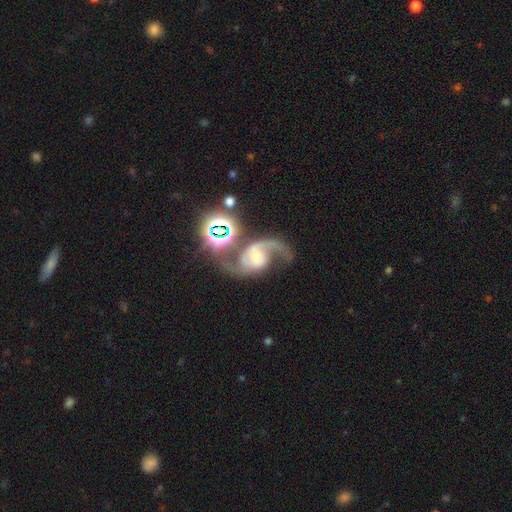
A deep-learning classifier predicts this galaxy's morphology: featured or disk 85%, star or artifact 9%, smooth 6%. Down the decision tree: edge-on disk — no (98%); bar — no (45%); spiral arms — yes (97%); spiral arm count — 2 (89%); spiral winding — loose (58%); bulge size — moderate (48%); merging — none (49%).